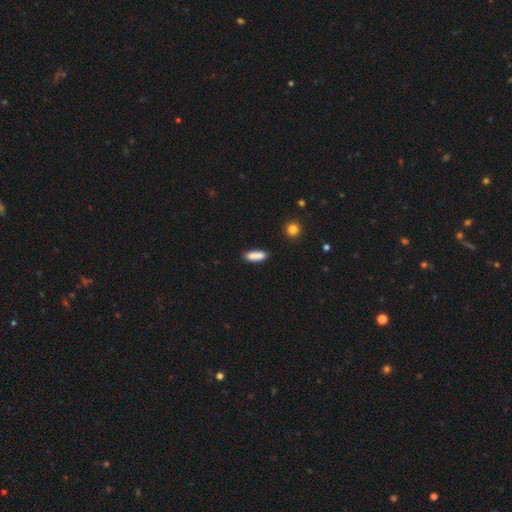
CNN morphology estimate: Overall: smooth (86%). How rounded: in between (54%; cigar-shaped 44%). Merging: none (78%).